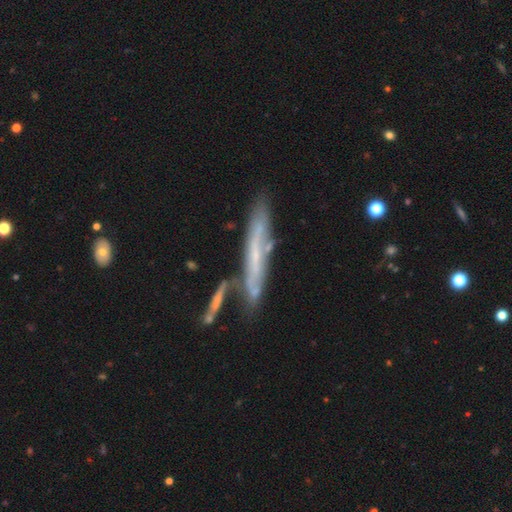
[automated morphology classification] Smooth or featured? Predicted: featured or disk (p=0.64). Edge-on disk? Predicted: yes (p=0.72). Merging? Predicted: none (p=0.55).